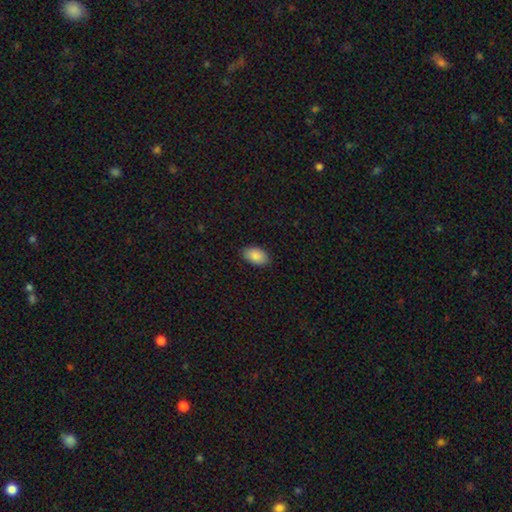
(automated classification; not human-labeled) A smooth galaxy with no disk features (89%) that is in between round and cigar-shaped (93%). Merging: none (87%).